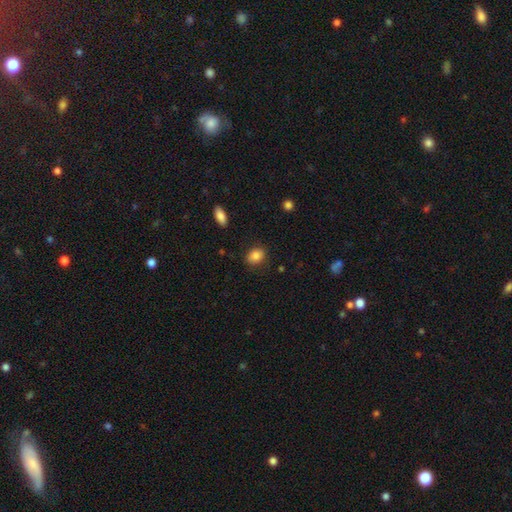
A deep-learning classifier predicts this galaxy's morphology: smooth-or-featured: smooth: 85% | star or artifact: 9% | featured or disk: 6%
  how-rounded: in between: 59% | round: 40% | cigar-shaped: 1%
  merging: none: 84% | minor disturbance: 12% | major disturbance: 3% | merger: 1%